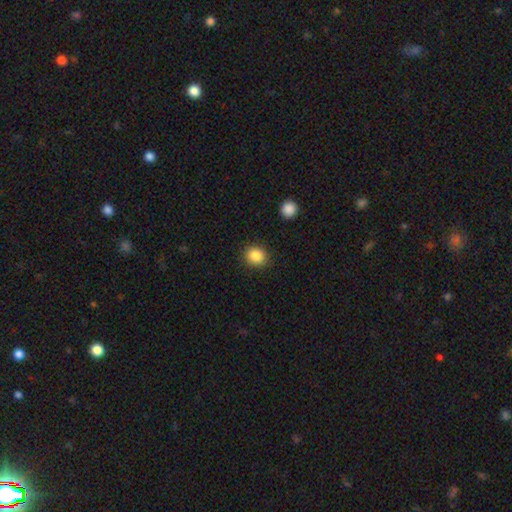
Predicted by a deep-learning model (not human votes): Morphology: type=smooth (86%); roundness=round (72%); merging=none (88%).